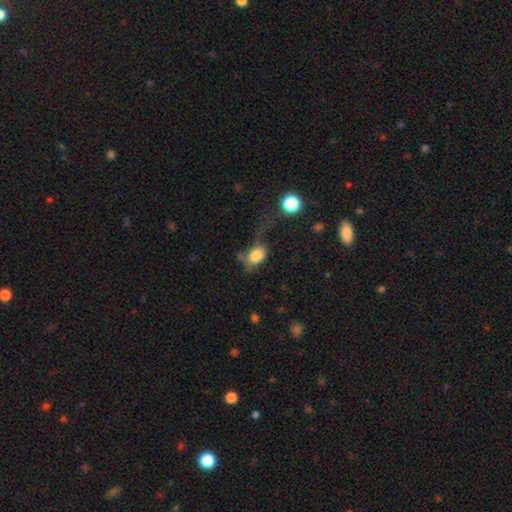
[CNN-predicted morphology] This is likely a smooth galaxy (76%). How rounded: likely in between (75%). Merging: possibly major disturbance (45%).